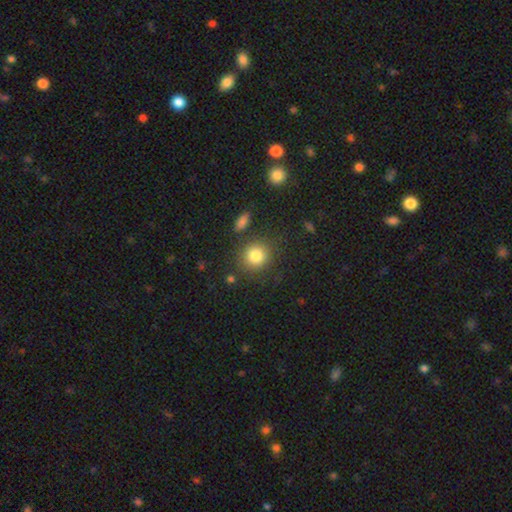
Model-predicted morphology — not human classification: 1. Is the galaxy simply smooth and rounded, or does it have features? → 83% smooth, 11% star or artifact, 7% featured or disk.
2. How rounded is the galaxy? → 85% round, 14% in between, 1% cigar-shaped.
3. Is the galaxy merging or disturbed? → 82% none, 10% minor disturbance, 5% merger, 4% major disturbance.